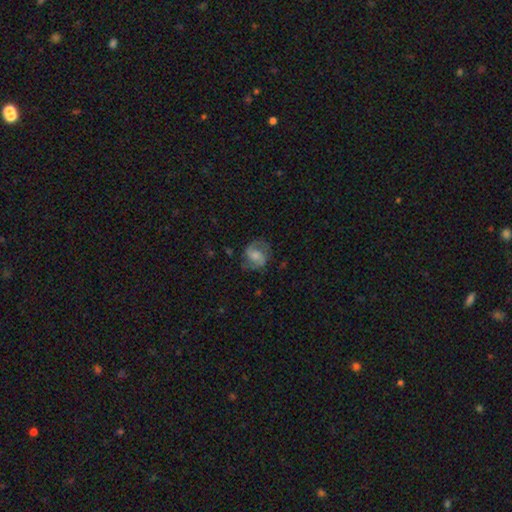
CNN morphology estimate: featured or disk 68%, smooth 24%, star or artifact 8%. Down the decision tree: edge-on disk — no (98%); bar — no (43%, tied with weak); spiral arms — yes (92%); spiral arm count — 2 (88%); spiral winding — medium (51%); bulge size — moderate (33%); merging — none (70%).